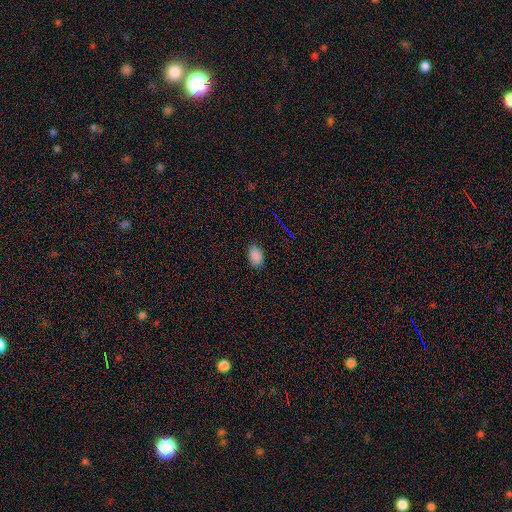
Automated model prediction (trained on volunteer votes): Smooth or featured? Predicted: smooth (p=0.86). How rounded? Predicted: in between (p=0.88). Merging? Predicted: none (p=0.84).